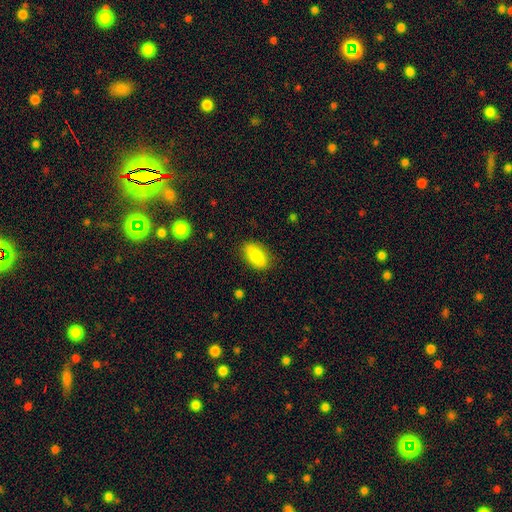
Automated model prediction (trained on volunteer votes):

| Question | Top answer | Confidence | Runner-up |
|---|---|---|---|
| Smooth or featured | smooth | 84% | featured or disk (9%) |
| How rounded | in between | 87% | cigar-shaped (10%) |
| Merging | none | 85% | minor disturbance (11%) |